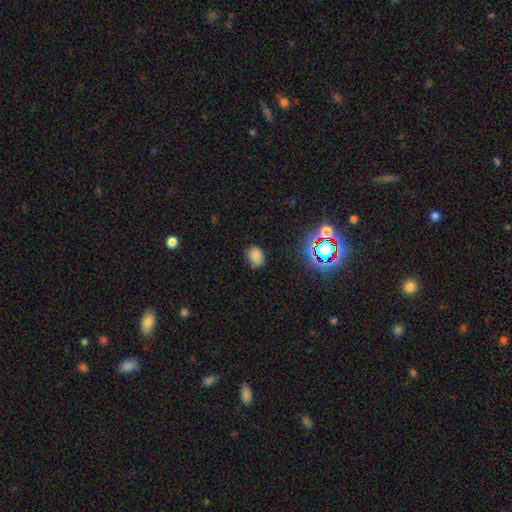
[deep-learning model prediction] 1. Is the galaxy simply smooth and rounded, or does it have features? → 75% smooth, 18% star or artifact, 7% featured or disk.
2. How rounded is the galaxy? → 67% in between, 32% round, 1% cigar-shaped.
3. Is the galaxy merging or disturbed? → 72% none, 21% minor disturbance, 5% major disturbance, 2% merger.